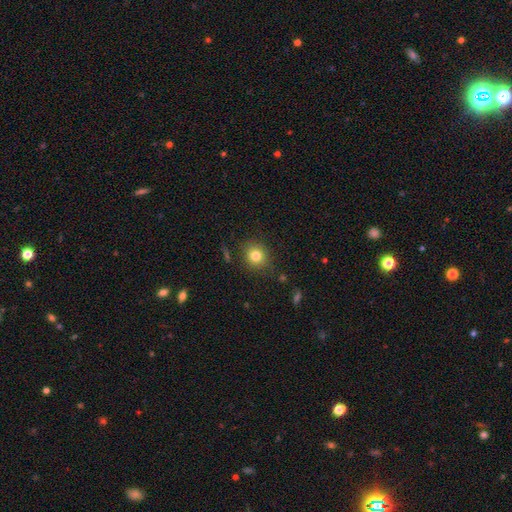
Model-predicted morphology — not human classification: A smooth galaxy with no disk features (81%) that is round (83%). Merging: none (85%).